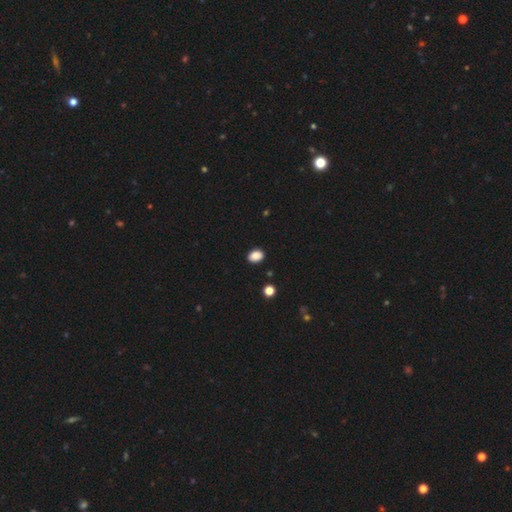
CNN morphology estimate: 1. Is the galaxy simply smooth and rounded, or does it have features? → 87% smooth, 9% star or artifact, 3% featured or disk.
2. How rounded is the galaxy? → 71% in between, 28% round, 1% cigar-shaped.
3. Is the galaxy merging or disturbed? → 89% none, 8% minor disturbance, 2% major disturbance, 1% merger.